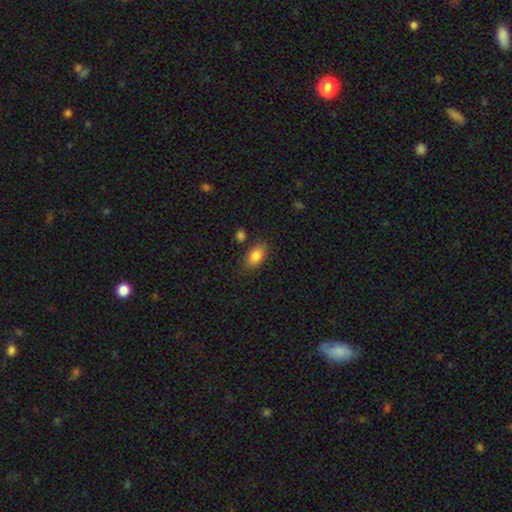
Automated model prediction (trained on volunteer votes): The model was most divided on "merging": none: 78%, minor disturbance: 14%, merger: 4%, major disturbance: 3%. More confident: how rounded — in between (89%); smooth or featured — smooth (84%).